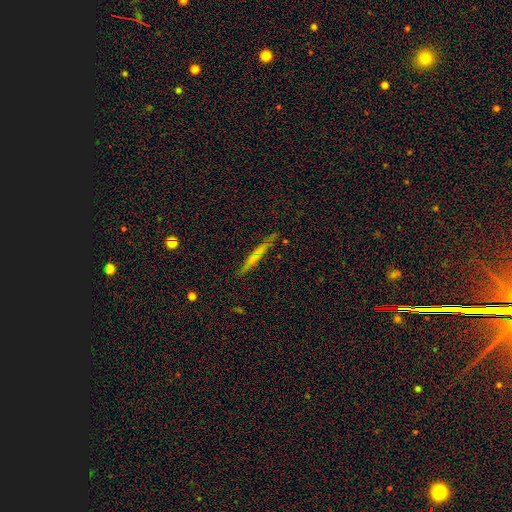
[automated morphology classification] Smooth or featured? smooth (52%)
How rounded? cigar-shaped (94%)
Merging? none (84%)